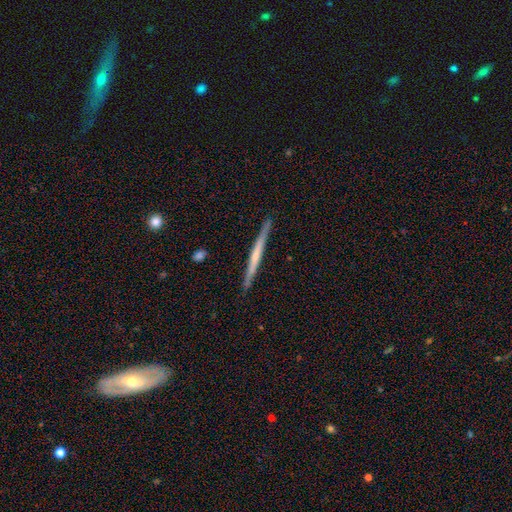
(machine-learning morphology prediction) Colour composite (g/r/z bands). It shows a featured or disk galaxy (56%) viewed edge-on (97%) with no central bulge (71%). Merging: none (89%).